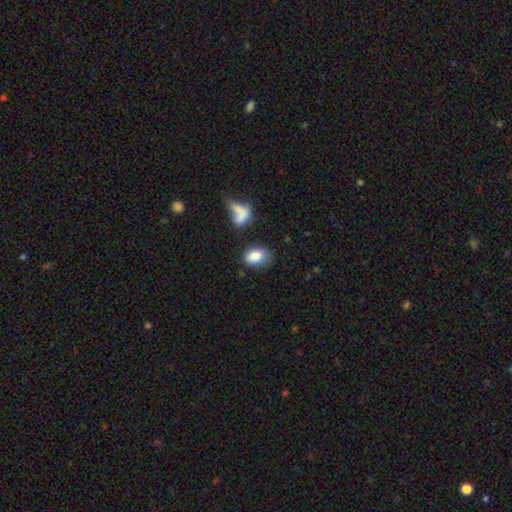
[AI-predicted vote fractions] Morphology: type=smooth (83%); roundness=in between (81%); merging=none (62%).